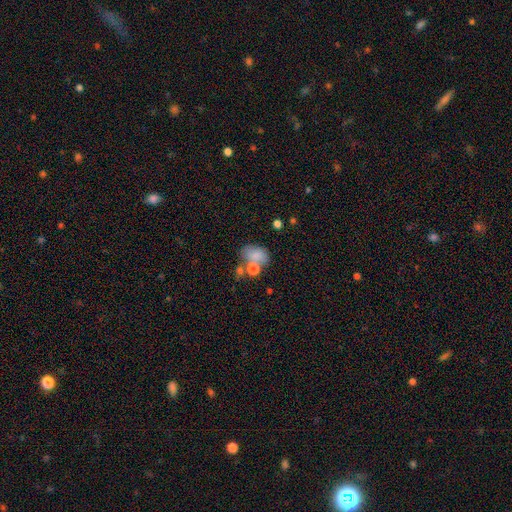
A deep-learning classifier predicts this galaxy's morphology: Q: Smooth or featured?
A: smooth (74%); runner-up: featured or disk (14%)
Q: How rounded?
A: in between (76%); runner-up: round (22%)
Q: Merging?
A: none (40%); runner-up: merger (31%)